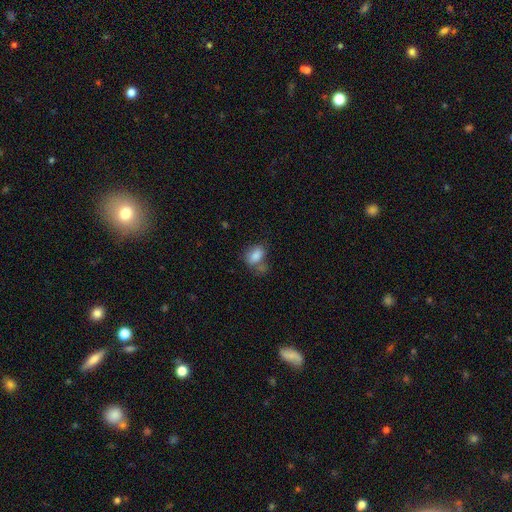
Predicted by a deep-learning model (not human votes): This is clearly a smooth galaxy (81%). How rounded: clearly in between (81%). Merging: possibly none (45%).